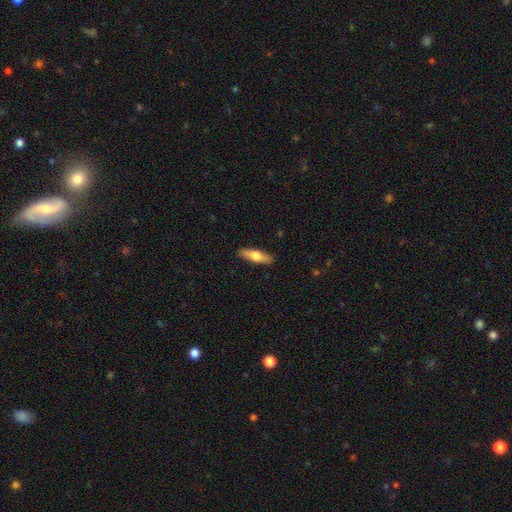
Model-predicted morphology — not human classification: Smooth or featured: smooth — 62% (featured or disk — 33%)
How rounded: cigar-shaped — 58% (in between — 39%)
Merging: none — 89% (minor disturbance — 8%)